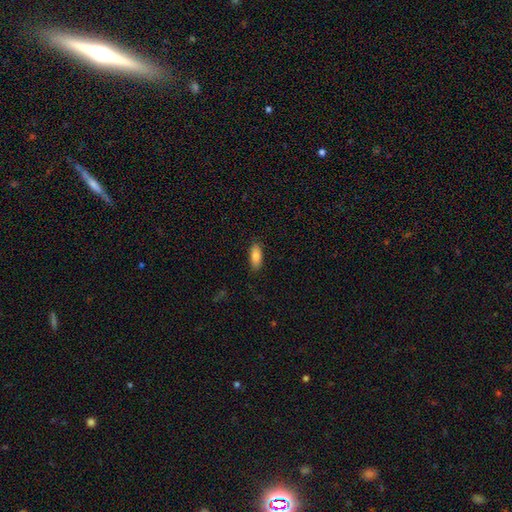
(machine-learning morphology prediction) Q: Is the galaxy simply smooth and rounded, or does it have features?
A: smooth — 81%.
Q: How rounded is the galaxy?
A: in between — 83%.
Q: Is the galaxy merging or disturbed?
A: none — 86%.